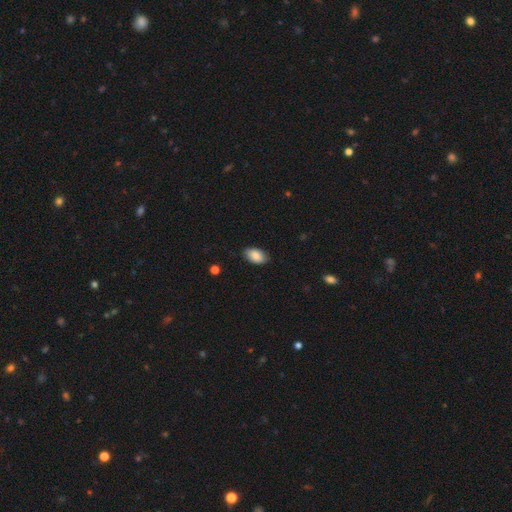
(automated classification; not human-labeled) A smooth galaxy with no disk features (85%) that is in between round and cigar-shaped (93%). Merging: none (84%).